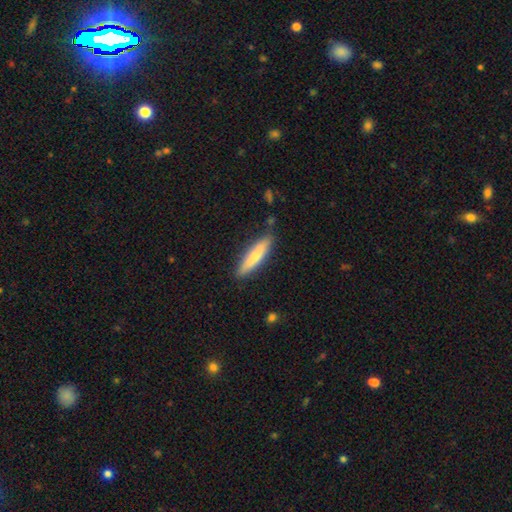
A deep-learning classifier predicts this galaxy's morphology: Q: Smooth or featured?
A: smooth (68%); runner-up: featured or disk (26%)
Q: How rounded?
A: cigar-shaped (85%); runner-up: in between (14%)
Q: Merging?
A: none (86%); runner-up: minor disturbance (10%)